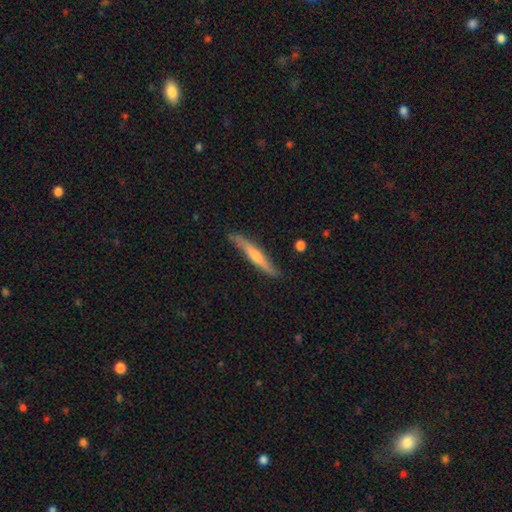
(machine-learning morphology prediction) smooth_or_featured: featured or disk (p=0.50) [alt: smooth p=0.45]
disk_edge_on: yes (p=0.90) [alt: no p=0.10]
merging: none (p=0.80) [alt: minor disturbance p=0.16]